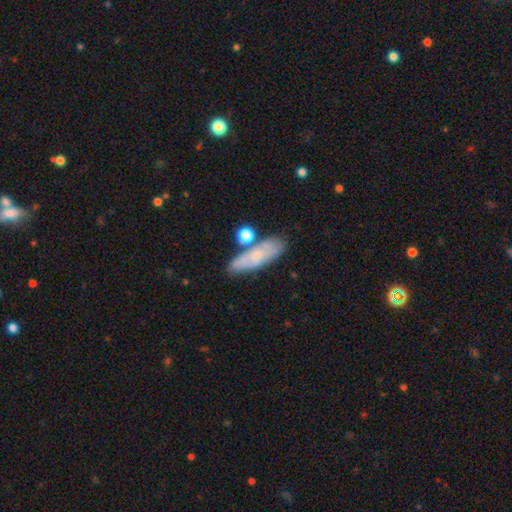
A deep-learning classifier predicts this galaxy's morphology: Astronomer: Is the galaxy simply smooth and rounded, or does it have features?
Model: smooth — 57% (runner-up: featured or disk, 35%).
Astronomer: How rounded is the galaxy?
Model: in between — 53% (runner-up: cigar-shaped, 42%).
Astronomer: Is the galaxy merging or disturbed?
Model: none — 65%.